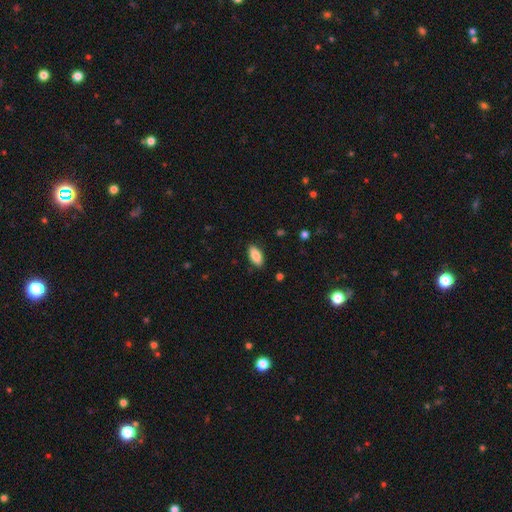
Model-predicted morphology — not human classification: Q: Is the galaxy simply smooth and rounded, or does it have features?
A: smooth — 85%.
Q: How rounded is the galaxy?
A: in between — 89%.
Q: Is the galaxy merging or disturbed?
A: none — 87%.